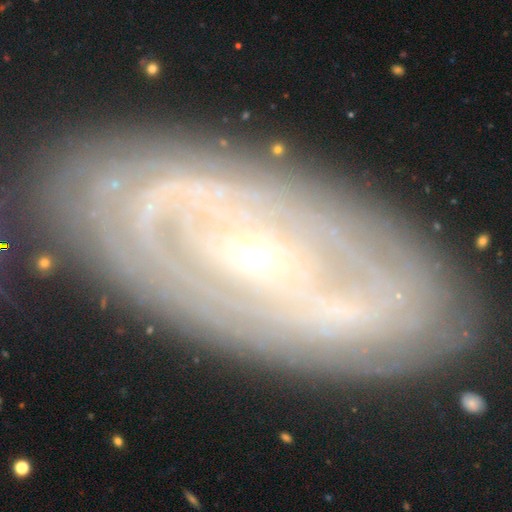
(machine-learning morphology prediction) Overall: featured or disk (84%). Edge-on disk: no (92%). Bar: no (55%; weak 27%). Spiral arms: yes (87%). Spiral arm count: can't tell (38%; 2 33%). Spiral winding: tight (68%). Bulge size: small (82%). Merging: none (80%).